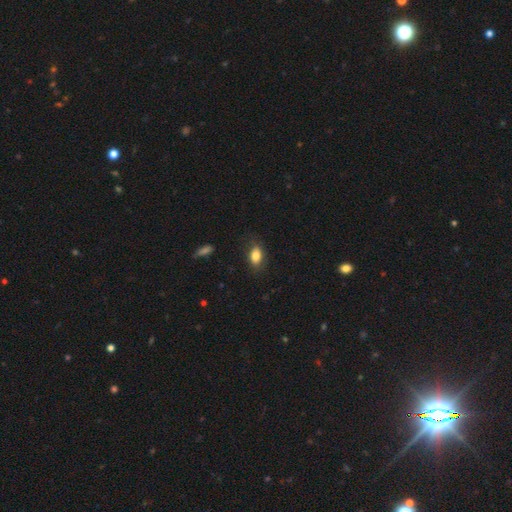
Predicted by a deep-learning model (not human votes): Smooth or featured? smooth (82%)
How rounded? in between (87%)
Merging? none (76%)